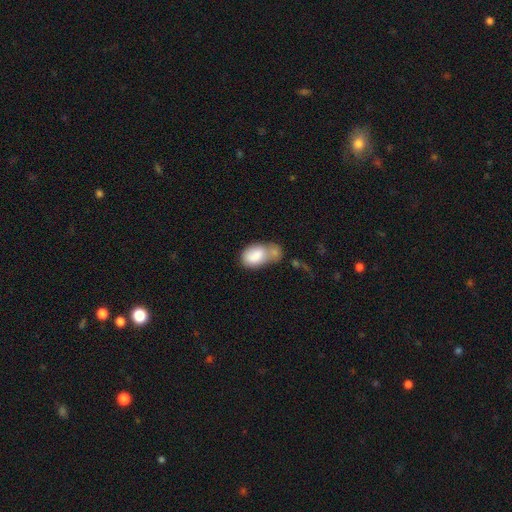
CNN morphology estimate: smooth 79%, featured or disk 14%, star or artifact 7%. Down the decision tree: how rounded — in between (88%); merging — merger (51%).